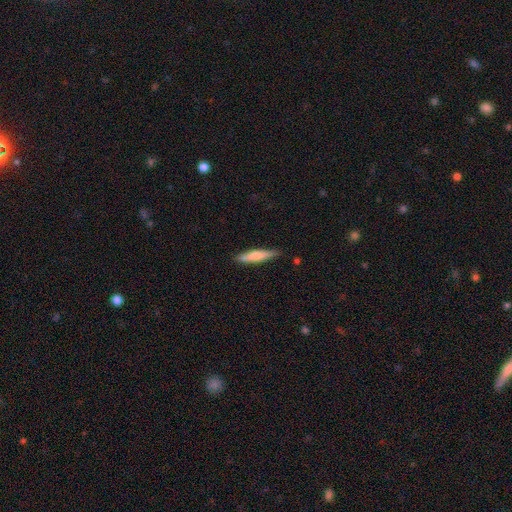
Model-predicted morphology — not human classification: type=smooth (70%); roundness=cigar-shaped (87%); merging=none (85%).